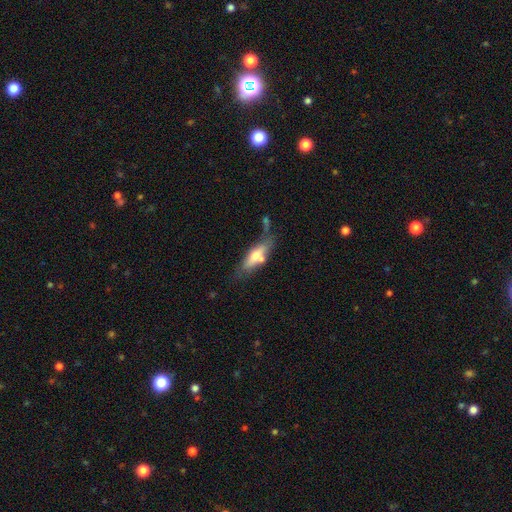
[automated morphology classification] This is possibly a smooth galaxy (56%). How rounded: possibly in between (55%). Merging: possibly none (48%).